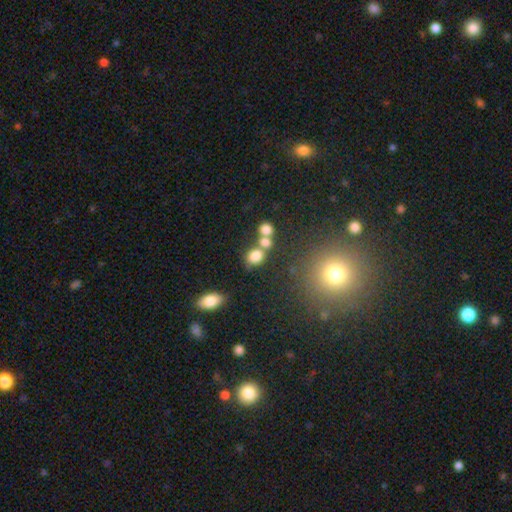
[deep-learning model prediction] Smooth or featured: smooth — 77% (star or artifact — 13%)
How rounded: round — 52% (in between — 46%)
Merging: merger — 43% (none — 39%)